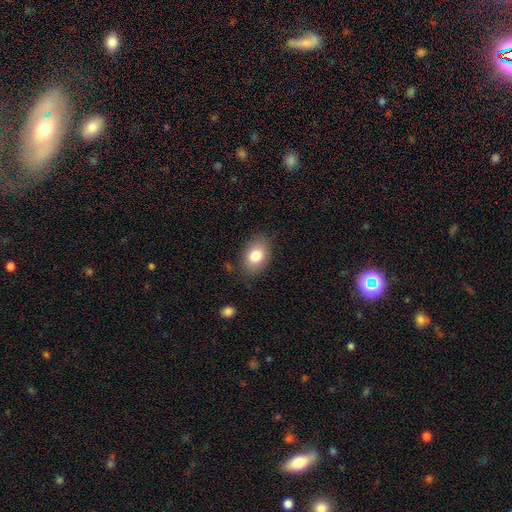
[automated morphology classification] A smooth galaxy with no disk features (81%) that is in between round and cigar-shaped (78%).

Vote fractions:
- Smooth or featured? smooth: 81% / featured or disk: 10% / star or artifact: 8%
- How rounded? in between: 78% / round: 21% / cigar-shaped: 1%
- Merging? none: 81% / minor disturbance: 13% / major disturbance: 4% / merger: 2%